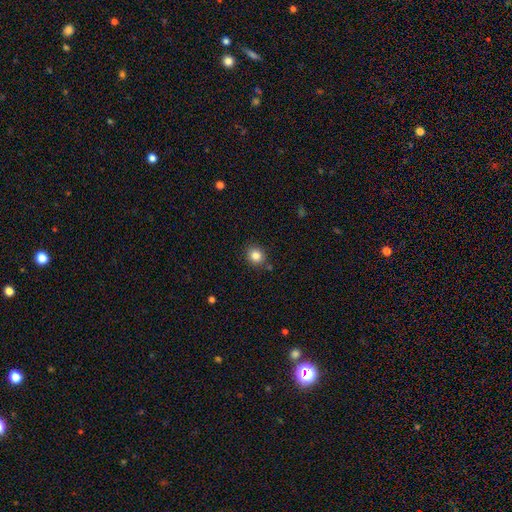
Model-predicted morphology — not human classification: A smooth galaxy with no disk features (84%) that is round (81%). Merging: none (85%).